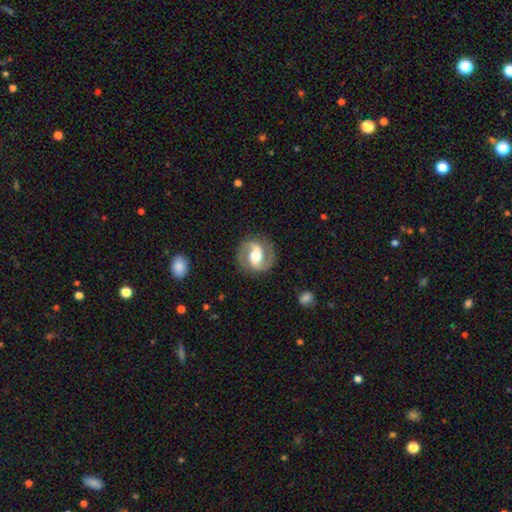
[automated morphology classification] type=featured or disk (86%); edge-on=no (98%); bar=weak (41%); spiral arms=yes (95%); winding=medium (57%); arm count=2 (93%); bulge=moderate (62%); merging=none (86%).